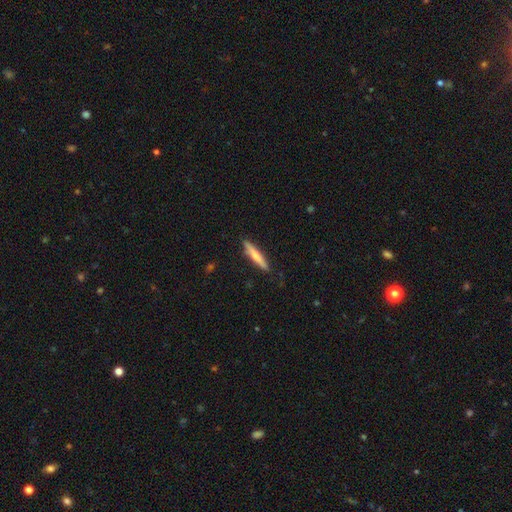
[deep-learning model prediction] smooth-or-featured: smooth: 59% | featured or disk: 36% | star or artifact: 6%
  how-rounded: cigar-shaped: 92% | in between: 7% | round: 1%
  merging: none: 87% | minor disturbance: 10% | major disturbance: 2% | merger: 1%